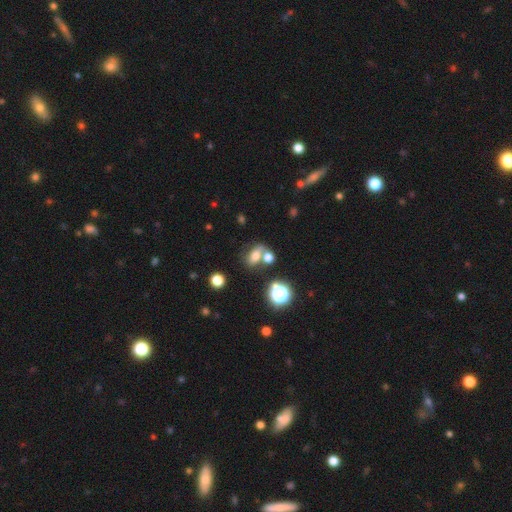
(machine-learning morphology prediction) type=smooth (60%); roundness=in between (67%); merging=none (43%).